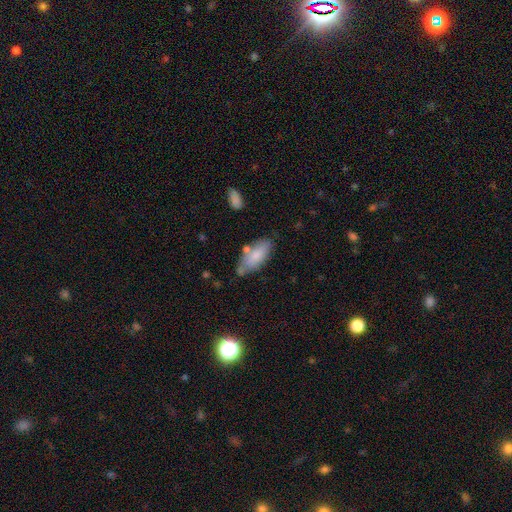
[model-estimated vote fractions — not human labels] Smooth or featured? smooth (79%)
How rounded? in between (82%)
Merging? none (63%)